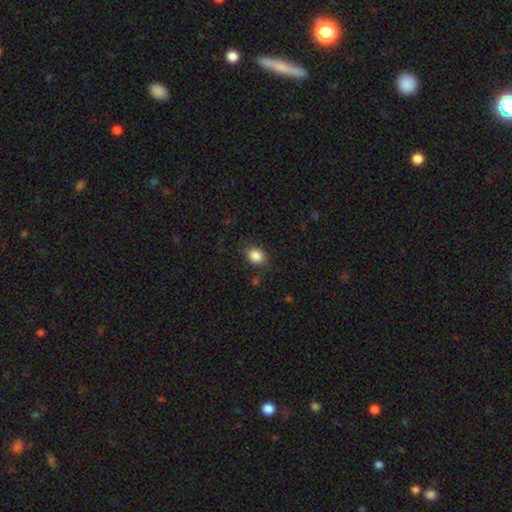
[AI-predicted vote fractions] Overall: smooth (86%). How rounded: in between (64%; round 35%). Merging: none (83%).